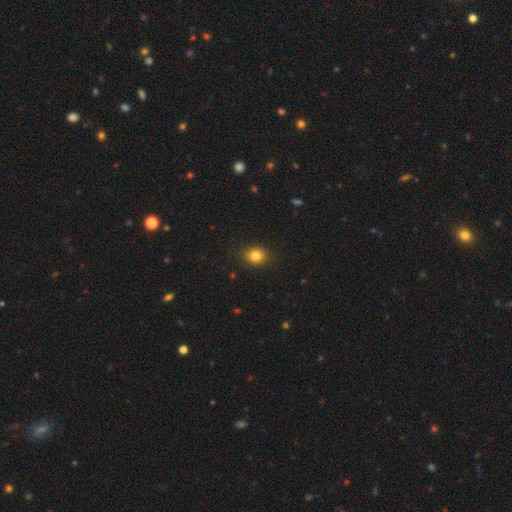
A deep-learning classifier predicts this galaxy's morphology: type=smooth (82%); roundness=round (60%); merging=none (89%).